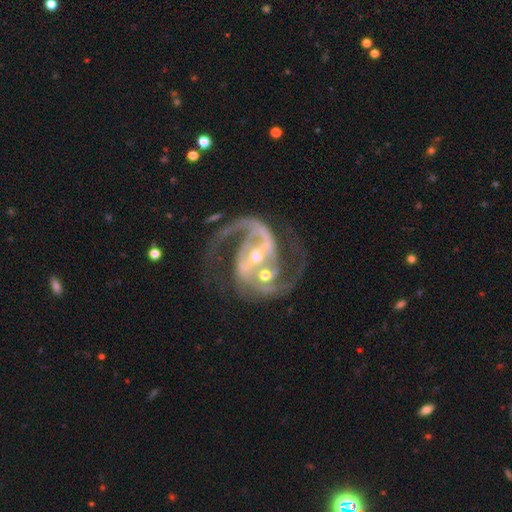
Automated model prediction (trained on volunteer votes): Smooth or featured? Predicted: featured or disk (p=0.92). Edge-on disk? Predicted: no (p=0.98). Bar? Predicted: strong (p=0.47). Spiral arms? Predicted: yes (p=0.98). Spiral winding? Predicted: medium (p=0.61). Spiral arm count? Predicted: 2 (p=0.89). Bulge size? Predicted: small (p=0.60). Merging? Predicted: none (p=0.43).